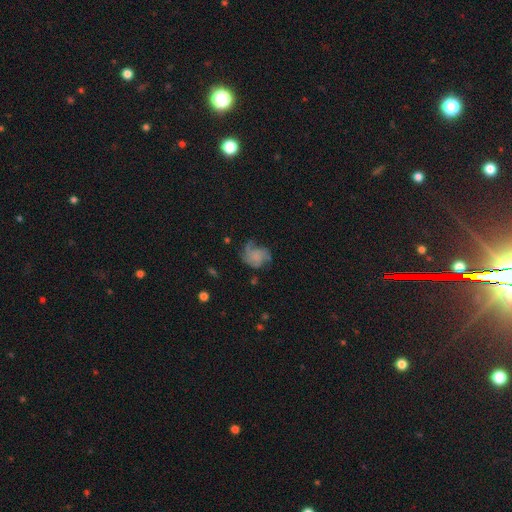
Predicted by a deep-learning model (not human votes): smooth_or_featured: featured or disk (p=0.49) [alt: smooth p=0.40]
merging: none (p=0.44) [alt: major disturbance p=0.27]